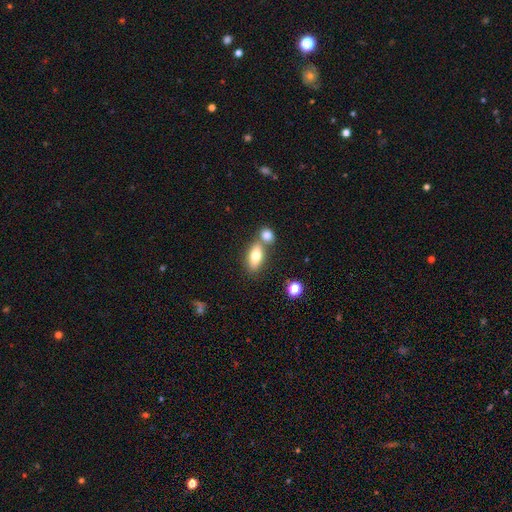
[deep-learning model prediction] smooth_or_featured: smooth (p=0.74) [alt: featured or disk p=0.18]
how_rounded: in between (p=0.78) [alt: cigar-shaped p=0.16]
merging: none (p=0.54) [alt: merger p=0.34]